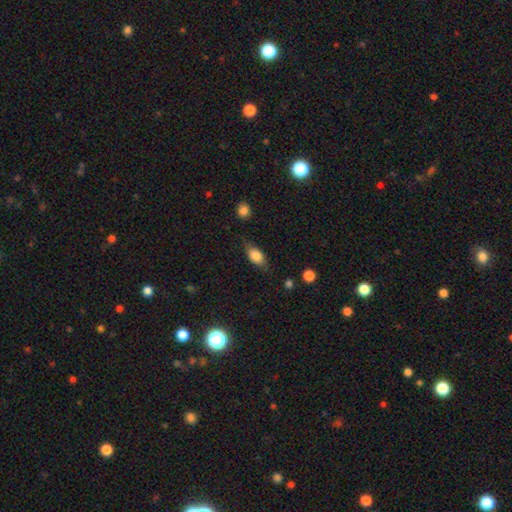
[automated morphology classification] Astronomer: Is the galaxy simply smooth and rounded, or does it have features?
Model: smooth — 74%.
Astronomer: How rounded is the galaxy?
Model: in between — 80%.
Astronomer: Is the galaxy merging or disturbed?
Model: none — 68%.